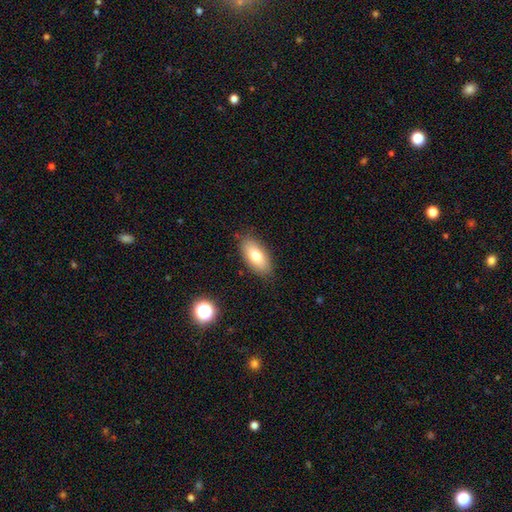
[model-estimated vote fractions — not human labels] This is likely a smooth galaxy (76%). How rounded: clearly in between (89%). Merging: clearly none (85%).